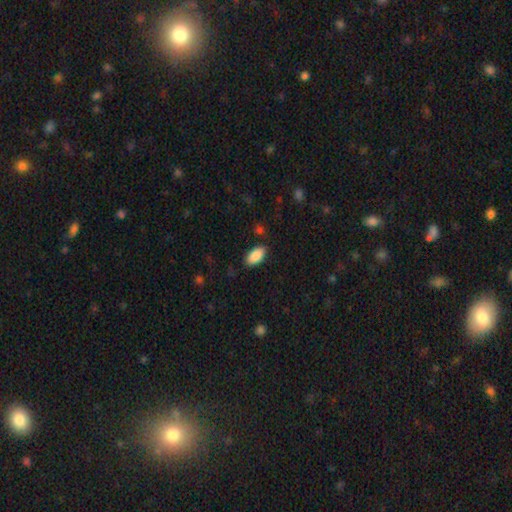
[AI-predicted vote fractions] smooth 88%, star or artifact 7%, featured or disk 5%. Down the decision tree: how rounded — in between (94%); merging — none (86%).